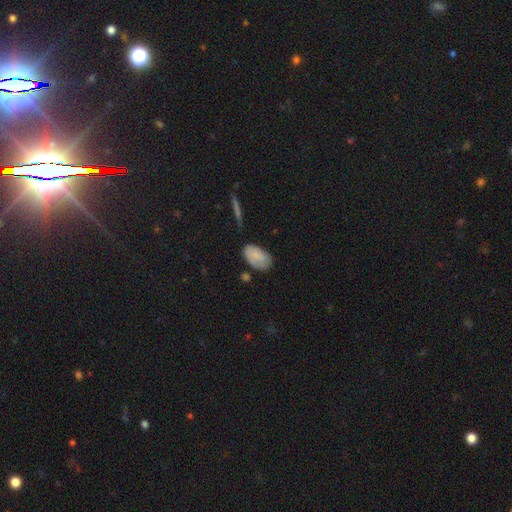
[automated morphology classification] smooth-or-featured: smooth: 75% | featured or disk: 18% | star or artifact: 7%
  how-rounded: in between: 93% | round: 5% | cigar-shaped: 2%
  merging: none: 66% | minor disturbance: 23% | major disturbance: 6% | merger: 5%